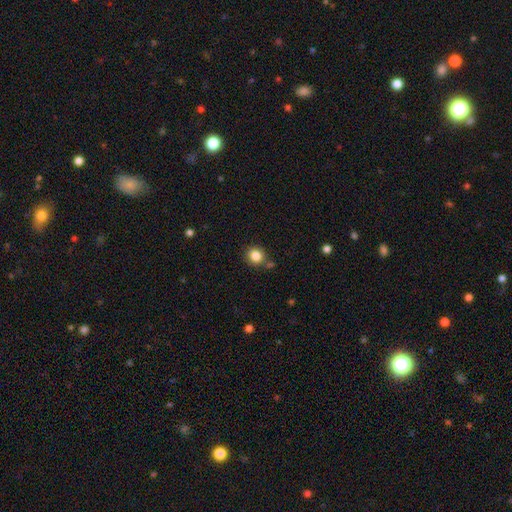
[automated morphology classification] smooth 85%, star or artifact 11%, featured or disk 5%. Down the decision tree: how rounded — round (82%); merging — none (80%).